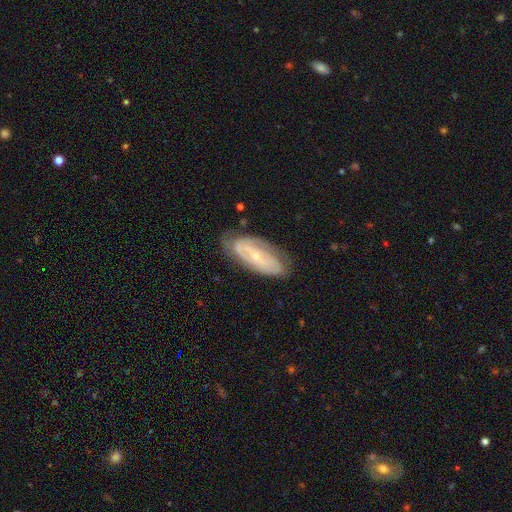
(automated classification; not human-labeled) Smooth or featured? Predicted: featured or disk (p=0.75). Edge-on disk? Predicted: no (p=0.89). Bar? Predicted: no (p=0.46). Spiral arms? Predicted: yes (p=0.86). Spiral winding? Predicted: tight (p=0.57). Spiral arm count? Predicted: 2 (p=0.48). Bulge size? Predicted: small (p=0.73). Merging? Predicted: none (p=0.73).